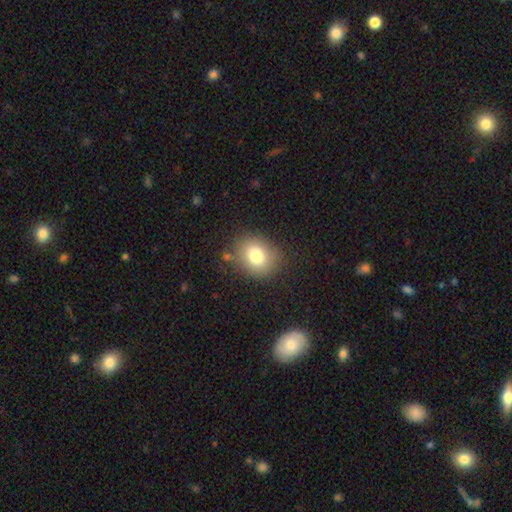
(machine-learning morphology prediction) Smooth or featured?
  - smooth: 78% *
  - star or artifact: 11%
  - featured or disk: 10%
How rounded?
  - round: 60% *
  - in between: 39%
  - cigar-shaped: 1%
Merging?
  - none: 81% *
  - minor disturbance: 12%
  - major disturbance: 4%
  - merger: 3%